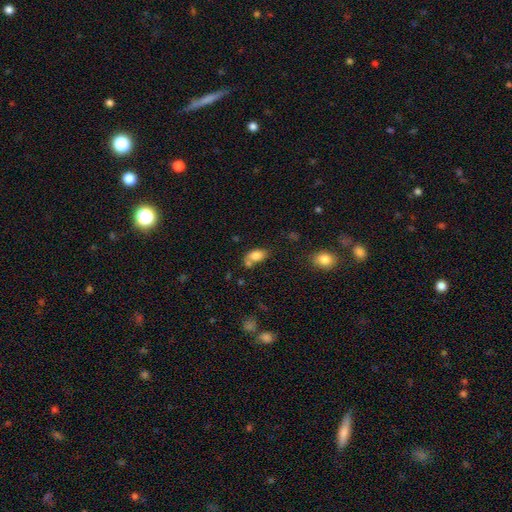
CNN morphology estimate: Smooth or featured?
  - smooth: 81% *
  - featured or disk: 10%
  - star or artifact: 9%
How rounded?
  - in between: 86% *
  - round: 11%
  - cigar-shaped: 3%
Merging?
  - none: 45% *
  - merger: 29%
  - minor disturbance: 19%
  - major disturbance: 7%